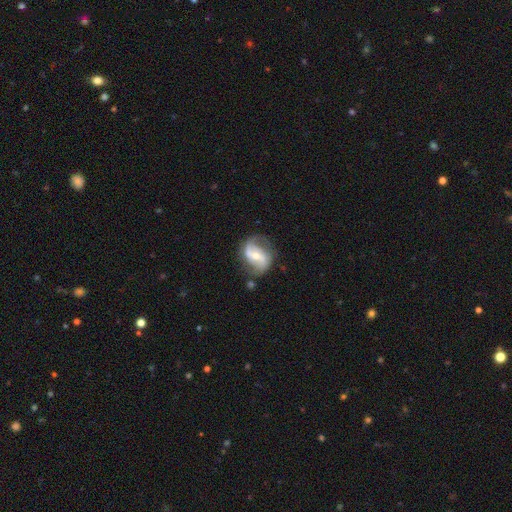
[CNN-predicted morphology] Smooth or featured? featured or disk (83%)
Edge-on disk? no (97%)
Bar? weak (37%)
Spiral arms? yes (91%)
Spiral winding? loose (43%)
Spiral arm count? 2 (87%)
Bulge size? moderate (55%)
Merging? none (69%)